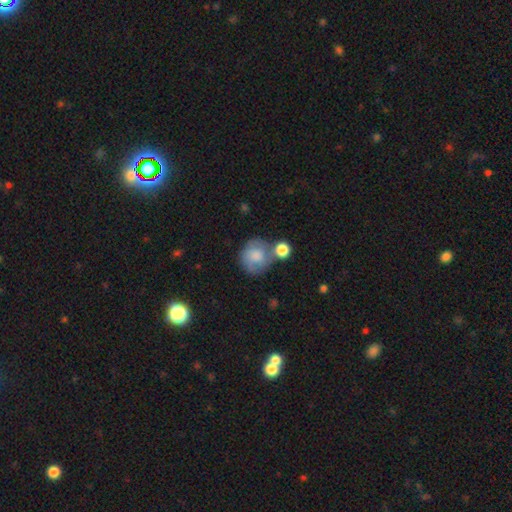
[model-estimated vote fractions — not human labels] Smooth or featured? smooth (69%)
How rounded? round (78%)
Merging? none (42%)